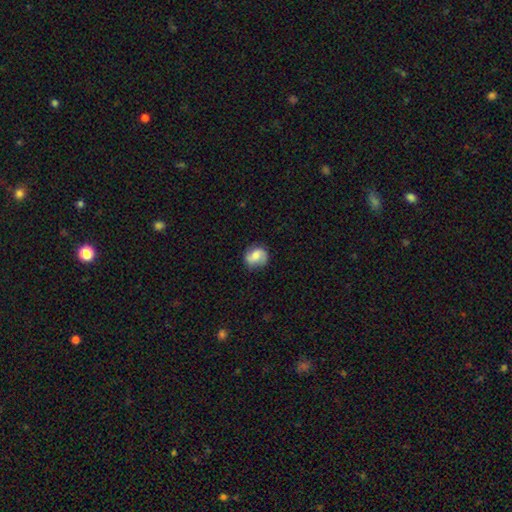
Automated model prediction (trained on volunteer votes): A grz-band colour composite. It shows a featured or disk galaxy (53%) with a weak bar (44%), spiral arms (90%) and a moderate central bulge (53%). Merging: none (80%).